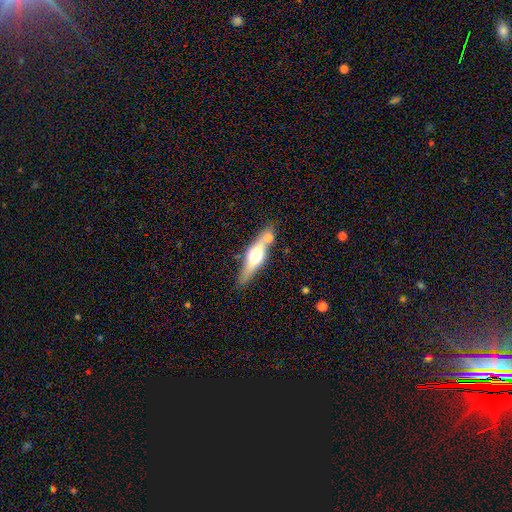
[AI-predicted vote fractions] smooth-or-featured: featured or disk: 59% | smooth: 36% | star or artifact: 6%
  disk-edge-on: yes: 90% | no: 10%
    edge-on-bulge: rounded: 92% | boxy: 6% | none: 2%
  merging: none: 63% | merger: 21% | minor disturbance: 13% | major disturbance: 4%